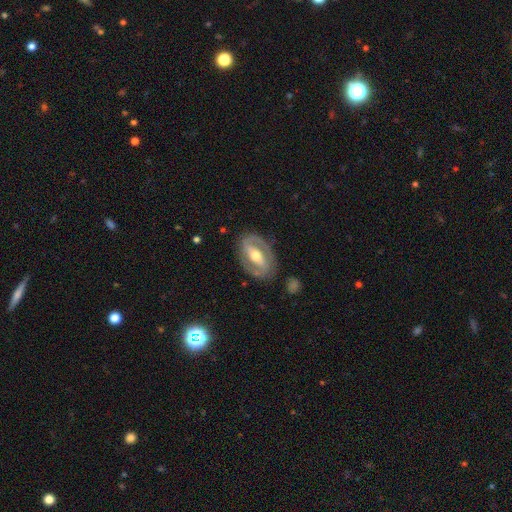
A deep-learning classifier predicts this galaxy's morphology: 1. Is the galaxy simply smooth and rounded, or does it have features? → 82% featured or disk, 13% smooth, 5% star or artifact.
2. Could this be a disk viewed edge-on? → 94% no, 6% yes.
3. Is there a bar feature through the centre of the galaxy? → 54% strong, 28% weak, 18% no.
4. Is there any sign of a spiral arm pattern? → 82% yes, 18% no.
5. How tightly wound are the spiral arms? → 44% medium, 41% tight, 15% loose.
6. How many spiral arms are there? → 86% 2, 7% can't tell, 4% 1, 1% 3, 1% 4, 1% more than 4.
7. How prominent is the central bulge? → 70% moderate, 20% small, 7% large, 1% dominant, 1% none.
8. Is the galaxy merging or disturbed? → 82% none, 12% minor disturbance, 5% major disturbance, 1% merger.